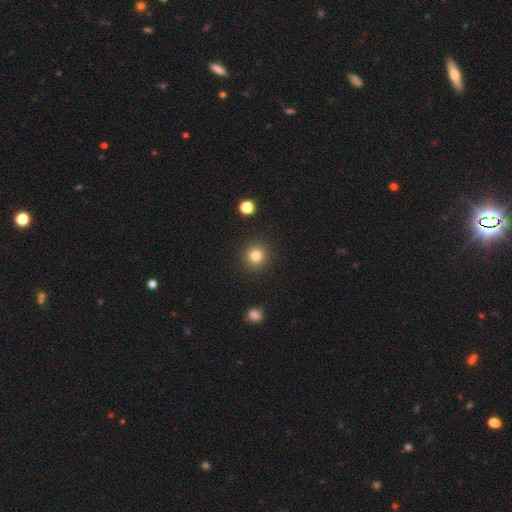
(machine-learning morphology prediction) Smooth or featured? smooth (82%)
How rounded? round (94%)
Merging? none (91%)